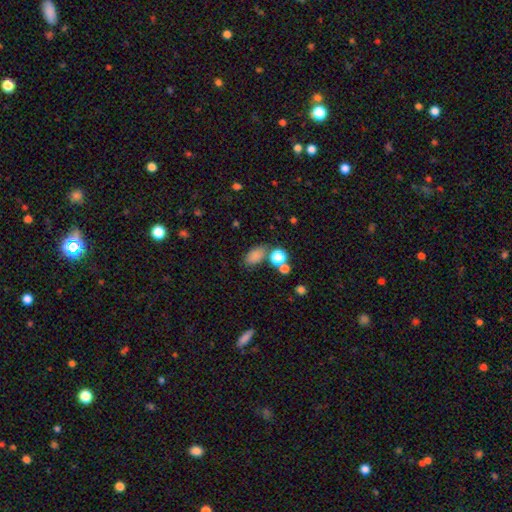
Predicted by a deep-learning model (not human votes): The model was most divided on "merging": none: 67%, minor disturbance: 15%, merger: 13%, major disturbance: 6%. More confident: how rounded — in between (85%); smooth or featured — smooth (79%).